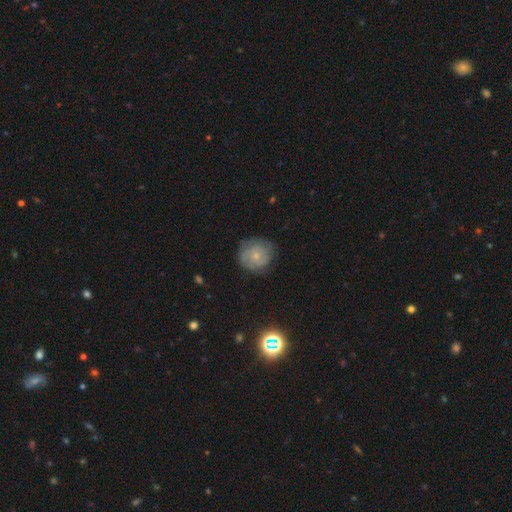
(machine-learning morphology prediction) The model was most divided on "smooth or featured": smooth: 53%, featured or disk: 39%, star or artifact: 8%. More confident: how rounded — round (89%); merging — none (72%).